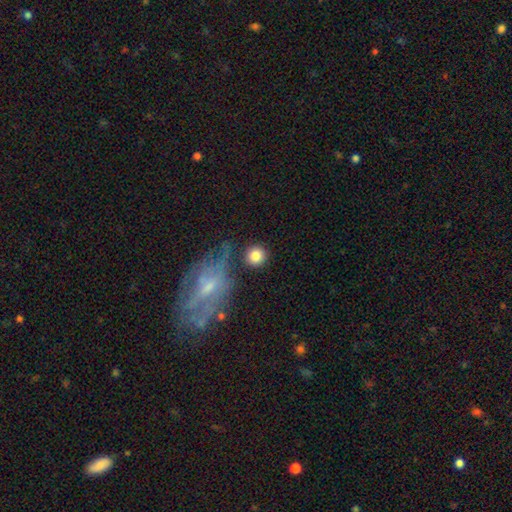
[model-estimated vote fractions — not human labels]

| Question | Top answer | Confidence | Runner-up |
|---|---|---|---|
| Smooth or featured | smooth | 82% | featured or disk (9%) |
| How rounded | round | 93% | in between (6%) |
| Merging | none | 81% | minor disturbance (8%) |